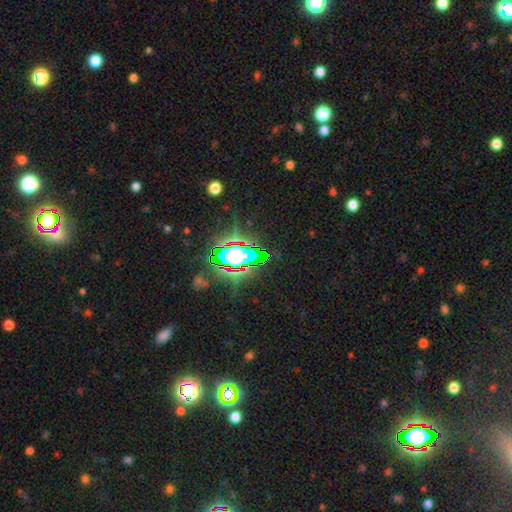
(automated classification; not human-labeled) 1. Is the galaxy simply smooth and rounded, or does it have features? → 73% star or artifact, 15% smooth, 12% featured or disk.